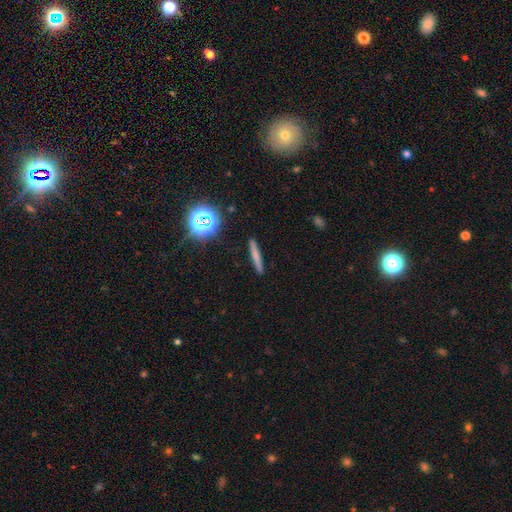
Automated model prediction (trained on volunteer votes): smooth 62%, featured or disk 25%, star or artifact 13%. Down the decision tree: how rounded — cigar-shaped (93%); merging — none (90%).